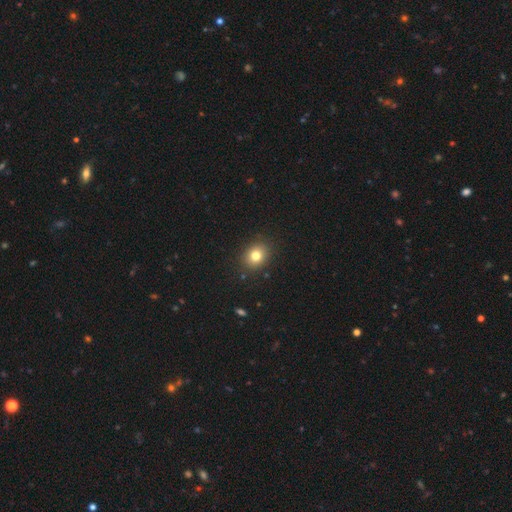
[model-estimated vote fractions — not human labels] Smooth or featured: smooth — 80% (star or artifact — 12%)
How rounded: round — 58% (in between — 42%)
Merging: none — 89% (minor disturbance — 8%)